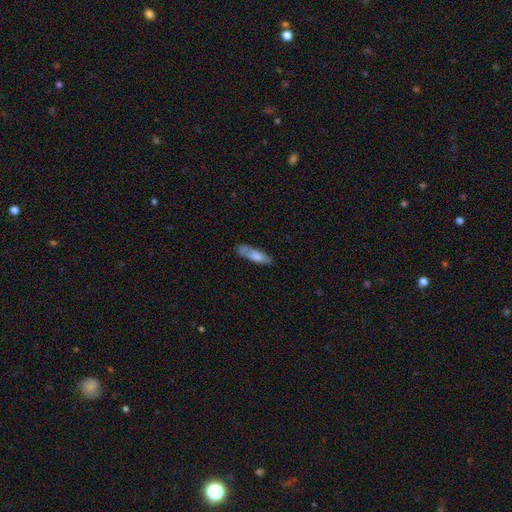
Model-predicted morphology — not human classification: smooth_or_featured: smooth (p=0.72) [alt: featured or disk p=0.21]
how_rounded: cigar-shaped (p=0.60) [alt: in between p=0.38]
merging: none (p=0.70) [alt: minor disturbance p=0.22]